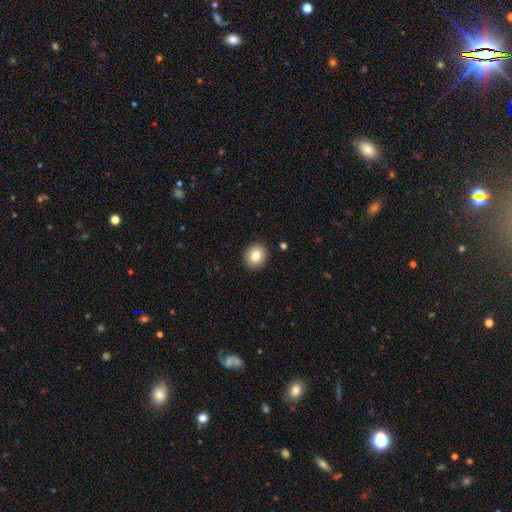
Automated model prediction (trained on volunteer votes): Overall: smooth (81%). How rounded: round (77%). Merging: none (91%).